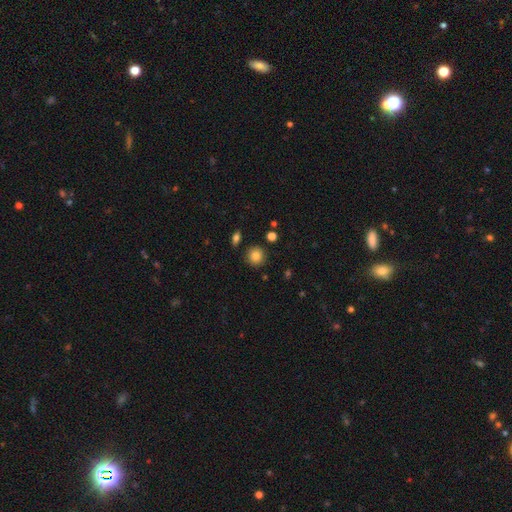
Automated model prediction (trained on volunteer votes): Smooth or featured: smooth — 84% (star or artifact — 10%)
How rounded: round — 92% (in between — 7%)
Merging: none — 88% (minor disturbance — 7%)